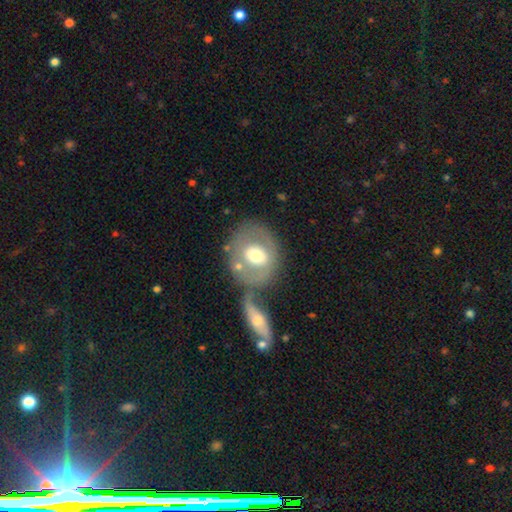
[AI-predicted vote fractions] A smooth galaxy with no disk features (48%).

Vote fractions:
- Smooth or featured? smooth: 48% / featured or disk: 45% / star or artifact: 7%
- Merging? none: 47% / merger: 28% / minor disturbance: 14% / major disturbance: 11%